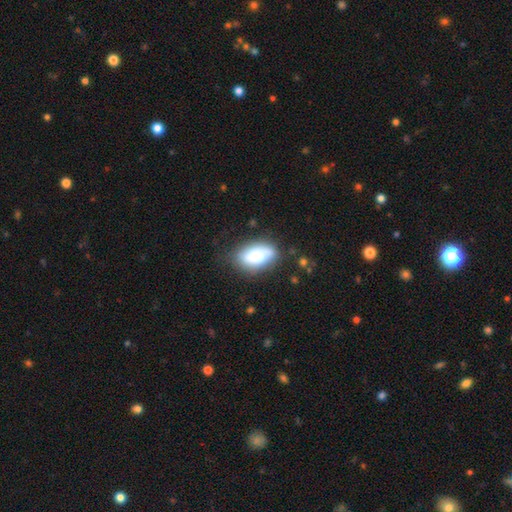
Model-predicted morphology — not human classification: Overall: smooth (65%; featured or disk 27%). How rounded: in between (91%). Merging: none (66%).